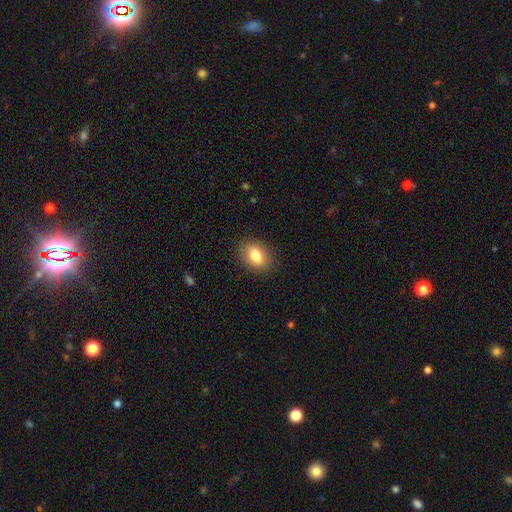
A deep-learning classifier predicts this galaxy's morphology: Smooth or featured: smooth — 84% (star or artifact — 8%)
How rounded: in between — 77% (round — 22%)
Merging: none — 87% (minor disturbance — 9%)